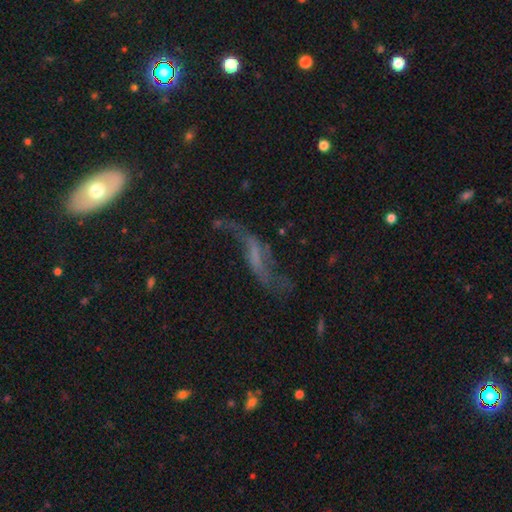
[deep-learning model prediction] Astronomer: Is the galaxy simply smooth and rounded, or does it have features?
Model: featured or disk — 71%.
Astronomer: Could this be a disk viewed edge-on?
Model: no — 86%.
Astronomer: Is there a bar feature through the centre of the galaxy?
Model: weak — 37% (runner-up: no, 32%).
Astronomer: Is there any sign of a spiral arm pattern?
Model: yes — 81%.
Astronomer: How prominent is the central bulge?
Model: none — 63%.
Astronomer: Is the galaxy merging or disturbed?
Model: none — 50% (runner-up: major disturbance, 26%).